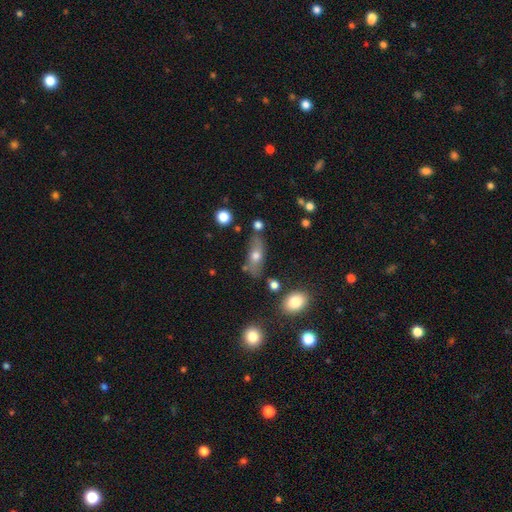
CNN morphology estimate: This appears to be a smooth galaxy with no disk features (59%) that is in between round and cigar-shaped (70%). Merging: none (70%).